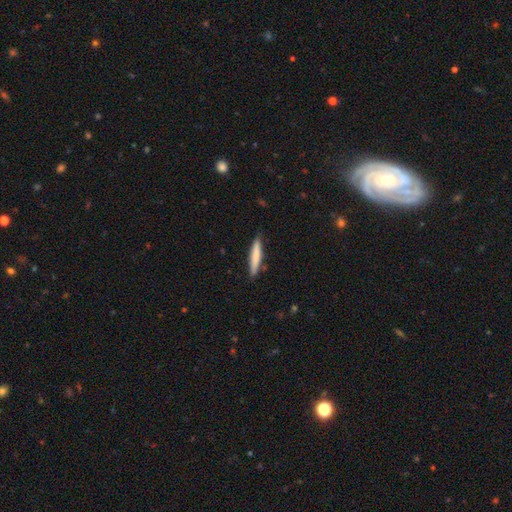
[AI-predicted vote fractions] A smooth galaxy with no disk features (76%) that is cigar-shaped (92%). Merging: none (86%).